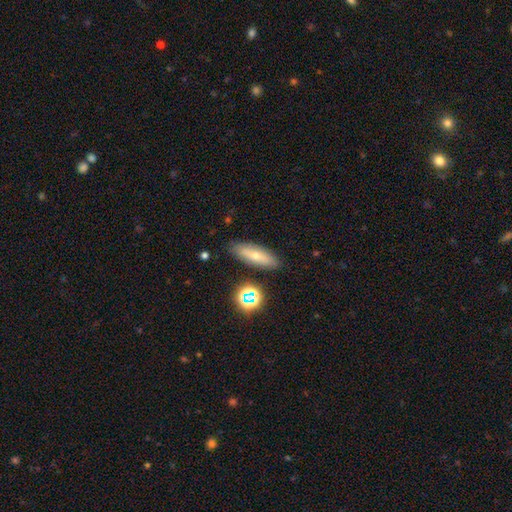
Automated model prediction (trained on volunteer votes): This is possibly a smooth galaxy (54%). How rounded: possibly cigar-shaped (52%). Merging: clearly none (85%).